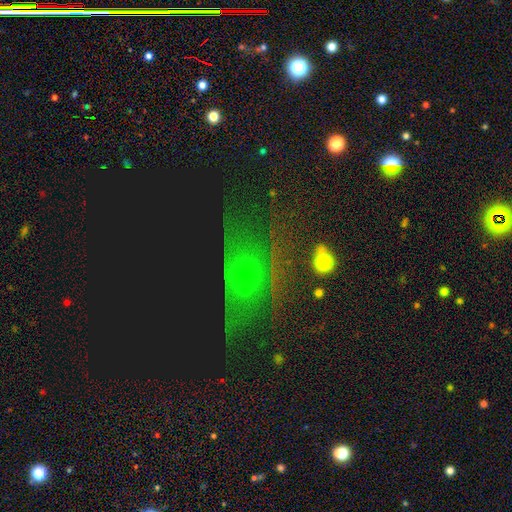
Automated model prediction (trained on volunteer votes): Morphology: type=star or artifact (52%).